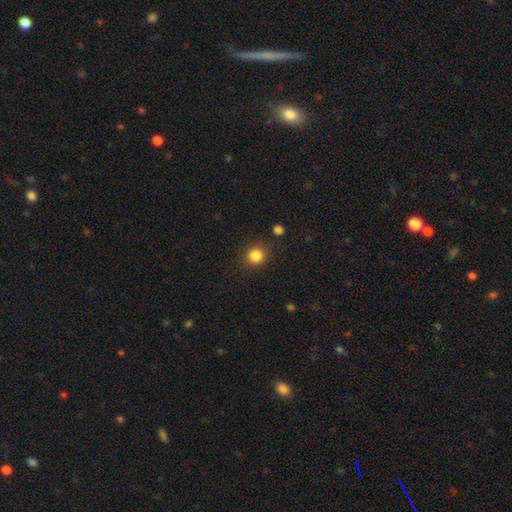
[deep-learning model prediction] Morphology: type=smooth (85%); roundness=round (88%); merging=none (88%).